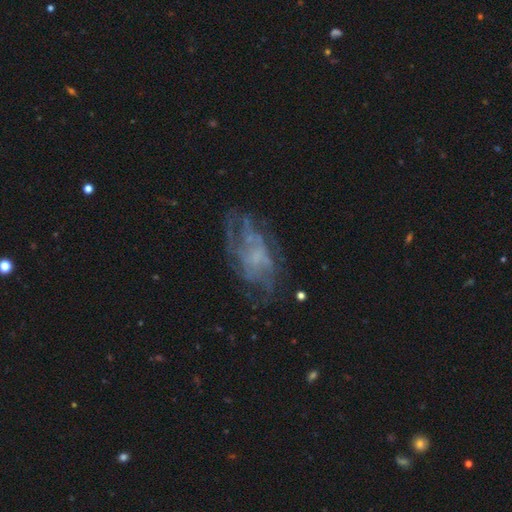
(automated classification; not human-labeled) Smooth or featured: featured or disk — 72% (smooth — 16%)
Edge-on disk: no — 96% (yes — 4%)
Bar: no — 72% (weak — 24%)
Spiral arms: yes — 69% (no — 31%)
Bulge size: none — 53% (small — 28%)
Merging: none — 56% (major disturbance — 22%)